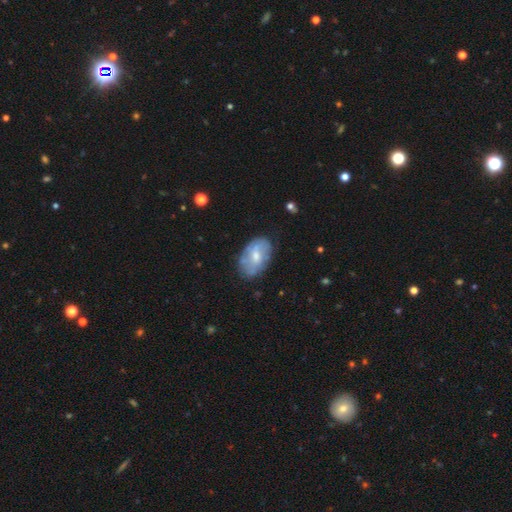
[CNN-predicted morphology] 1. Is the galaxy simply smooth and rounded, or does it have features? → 47% featured or disk, 46% smooth, 7% star or artifact.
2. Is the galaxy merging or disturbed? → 68% none, 22% minor disturbance, 7% major disturbance, 2% merger.